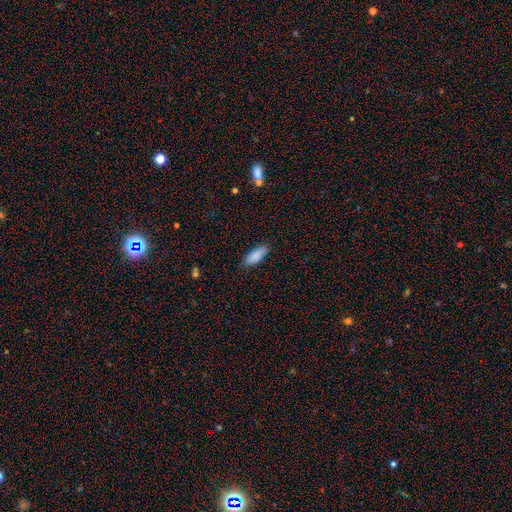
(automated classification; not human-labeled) smooth_or_featured: smooth (p=0.87) [alt: featured or disk p=0.07]
how_rounded: in between (p=0.73) [alt: cigar-shaped p=0.25]
merging: none (p=0.84) [alt: minor disturbance p=0.12]